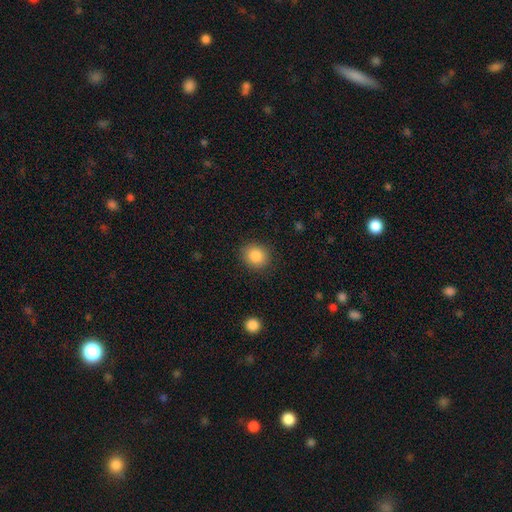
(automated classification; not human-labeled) Morphology: type=smooth (86%); roundness=round (76%); merging=none (88%).